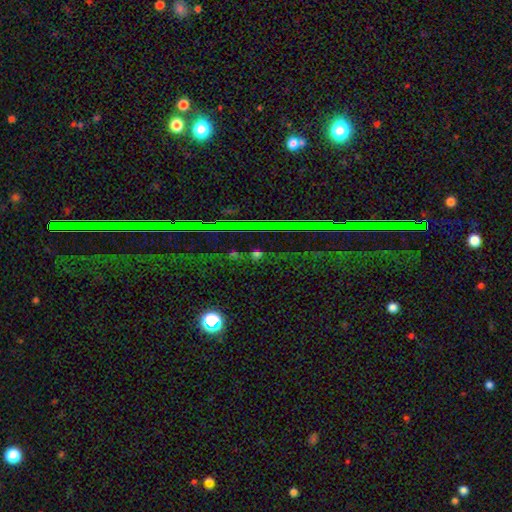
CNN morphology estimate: smooth_or_featured: star or artifact (p=0.70) [alt: smooth p=0.17]